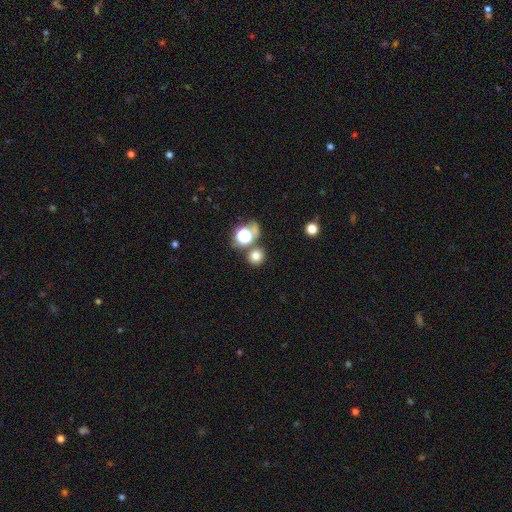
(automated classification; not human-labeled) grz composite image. It shows a smooth galaxy with no disk features (73%) that is round (87%). Merging: none (74%).